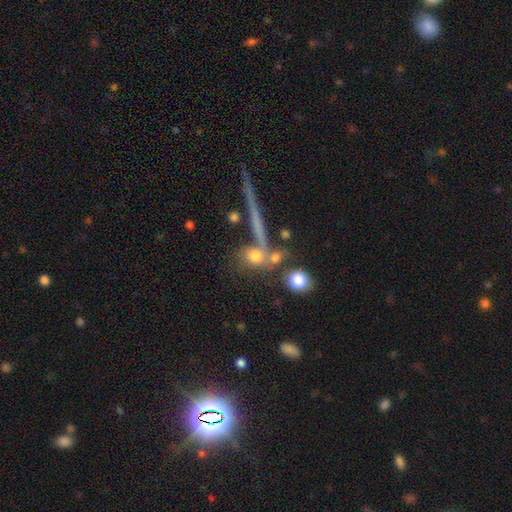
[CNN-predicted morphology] smooth 67%, featured or disk 19%, star or artifact 14%. Down the decision tree: how rounded — round (66%); merging — none (53%).